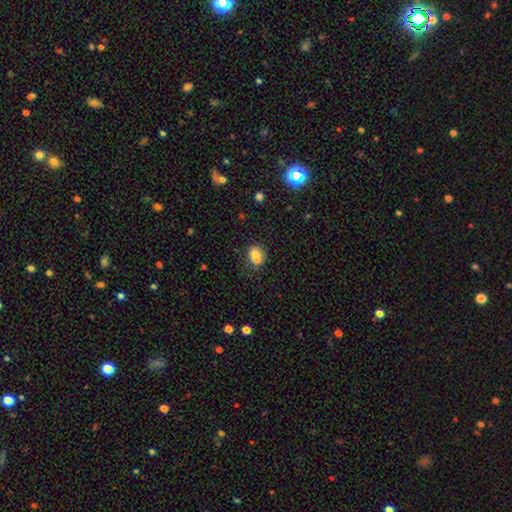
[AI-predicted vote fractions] smooth-or-featured: smooth: 70% | featured or disk: 19% | star or artifact: 11%
  how-rounded: round: 64% | in between: 35% | cigar-shaped: 1%
  merging: merger: 56% | none: 32% | minor disturbance: 9% | major disturbance: 4%